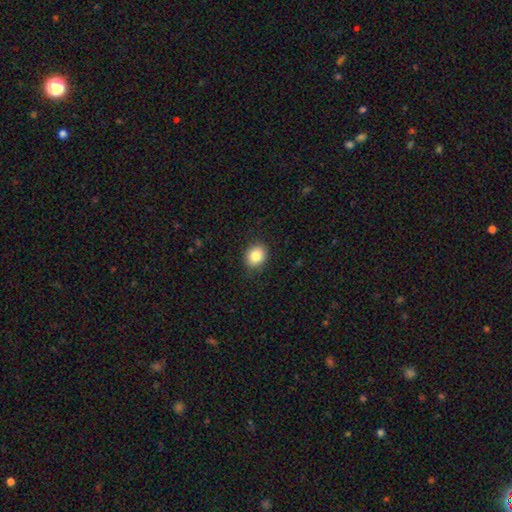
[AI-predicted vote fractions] Q: Smooth or featured?
A: smooth (84%); runner-up: star or artifact (9%)
Q: How rounded?
A: round (63%); runner-up: in between (36%)
Q: Merging?
A: none (89%); runner-up: minor disturbance (8%)